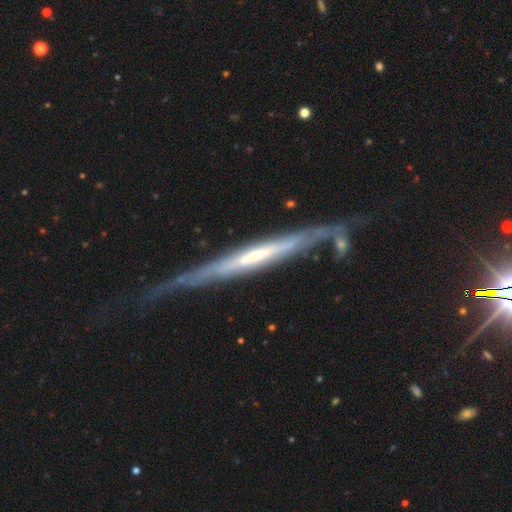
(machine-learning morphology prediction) This appears to be a featured or disk galaxy (76%) viewed edge-on (87%) with no central bulge (53%). Merging: none (60%).